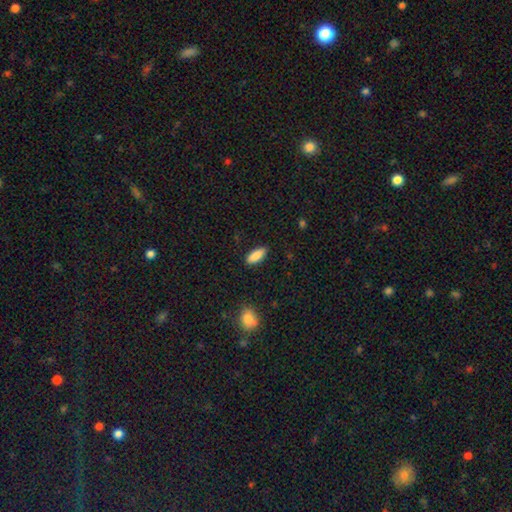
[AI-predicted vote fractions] smooth 87%, featured or disk 7%, star or artifact 7%. Down the decision tree: how rounded — in between (73%); merging — none (87%).